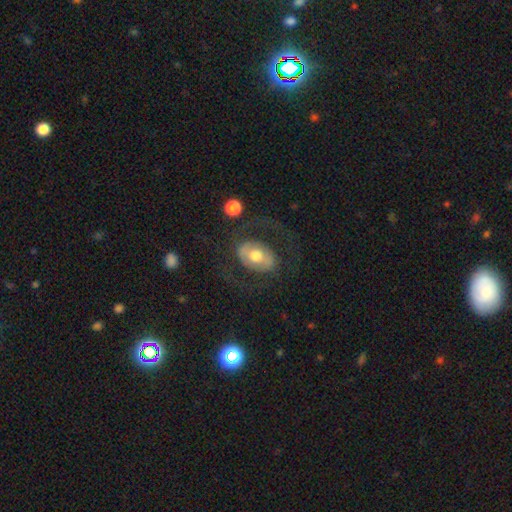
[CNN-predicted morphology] Overall: featured or disk (55%; smooth 39%). Edge-on disk: no (94%). Bar: no (55%; weak 26%). Spiral arms: no (57%; yes 43%). Bulge size: moderate (72%). Merging: none (70%).